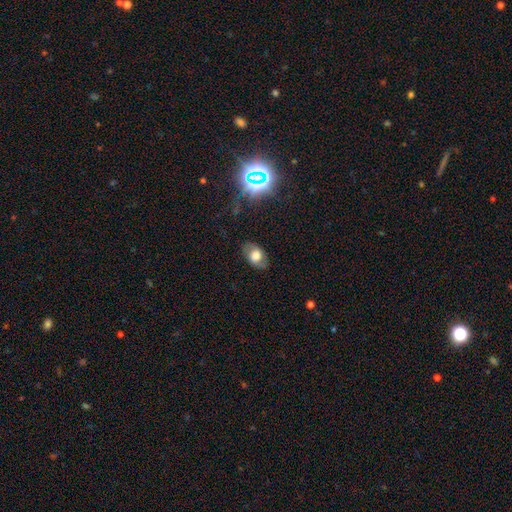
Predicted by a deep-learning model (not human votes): This appears to be a smooth galaxy with no disk features (60%) that is in between round and cigar-shaped (85%). Merging: none (79%).